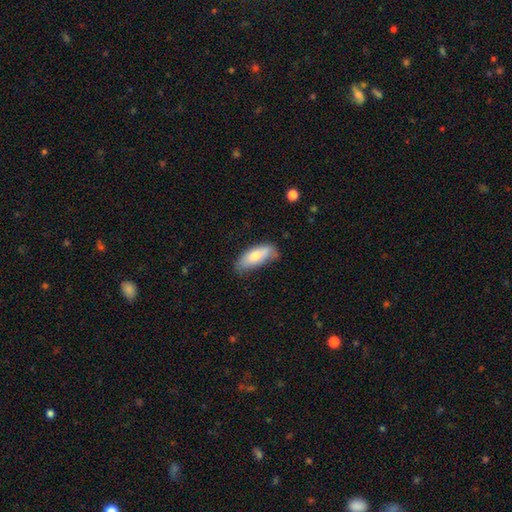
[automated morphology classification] The model was most divided on "merging": none: 64%, minor disturbance: 28%, major disturbance: 6%, merger: 3%. More confident: how rounded — in between (76%); smooth or featured — smooth (74%).